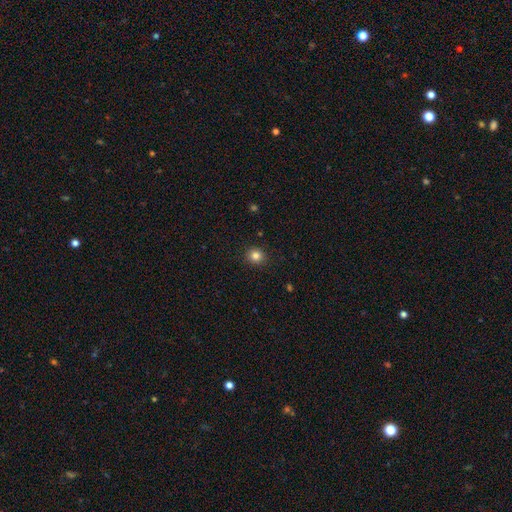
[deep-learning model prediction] This is clearly a smooth galaxy (83%). How rounded: clearly round (87%). Merging: clearly none (91%).